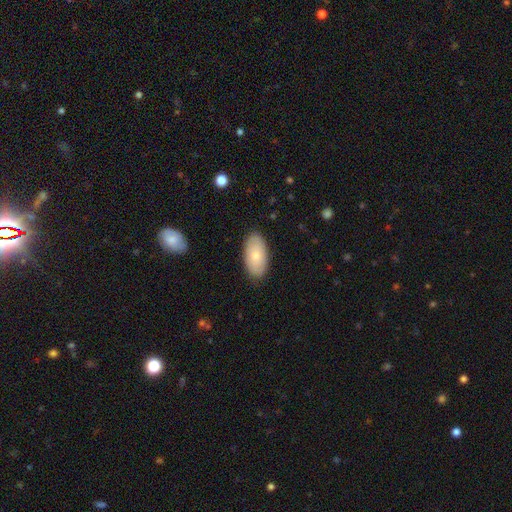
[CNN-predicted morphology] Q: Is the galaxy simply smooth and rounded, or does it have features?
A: smooth — 73%.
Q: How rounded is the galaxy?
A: in between — 95%.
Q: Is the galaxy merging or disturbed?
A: none — 86%.